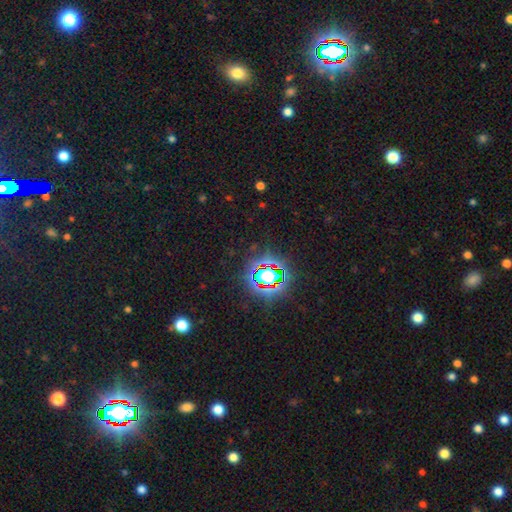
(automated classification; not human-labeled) Morphology: type=star or artifact (82%).